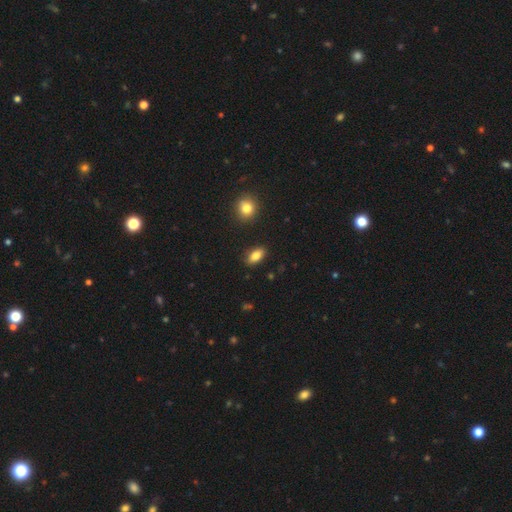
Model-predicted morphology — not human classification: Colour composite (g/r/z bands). It shows a smooth galaxy with no disk features (84%) that is in between round and cigar-shaped (90%). Merging: none (88%).